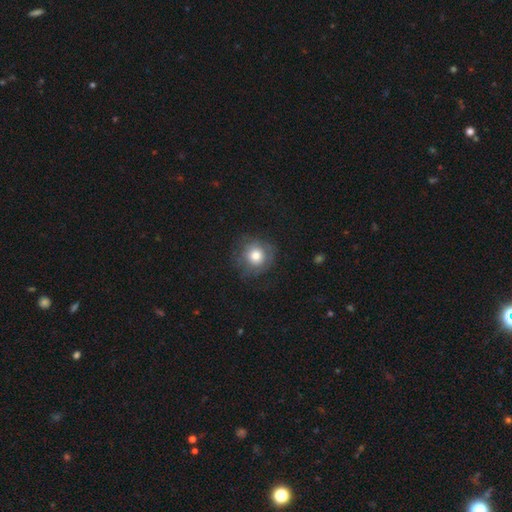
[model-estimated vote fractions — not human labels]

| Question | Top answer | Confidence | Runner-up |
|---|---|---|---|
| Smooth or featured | smooth | 69% | featured or disk (20%) |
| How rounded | round | 91% | in between (8%) |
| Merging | none | 71% | minor disturbance (17%) |